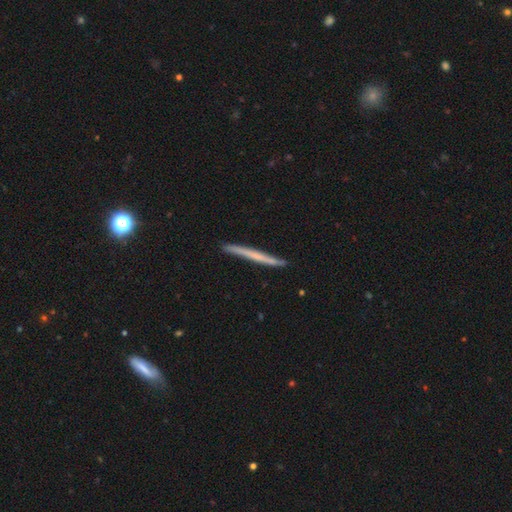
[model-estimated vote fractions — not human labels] Morphology: type=smooth (47%, tied with featured or disk); merging=none (90%).